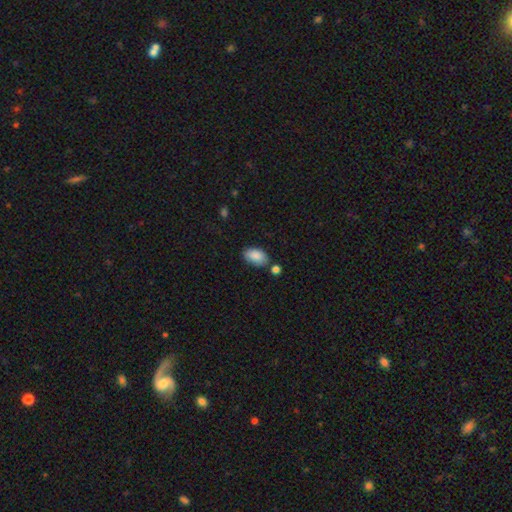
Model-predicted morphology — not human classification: The model was most divided on "merging": none: 71%, minor disturbance: 16%, merger: 10%, major disturbance: 4%. More confident: how rounded — in between (93%); smooth or featured — smooth (88%).